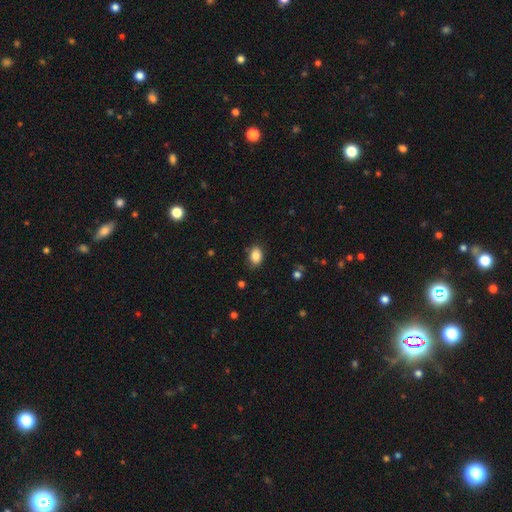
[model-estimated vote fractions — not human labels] Overall: smooth (86%). How rounded: in between (79%). Merging: none (79%).